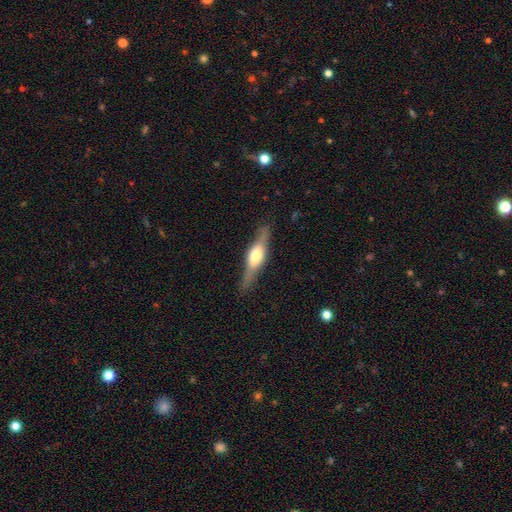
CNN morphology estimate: A featured or disk galaxy (64%) viewed edge-on (94%) with a rounded central bulge (86%). Merging: none (84%).